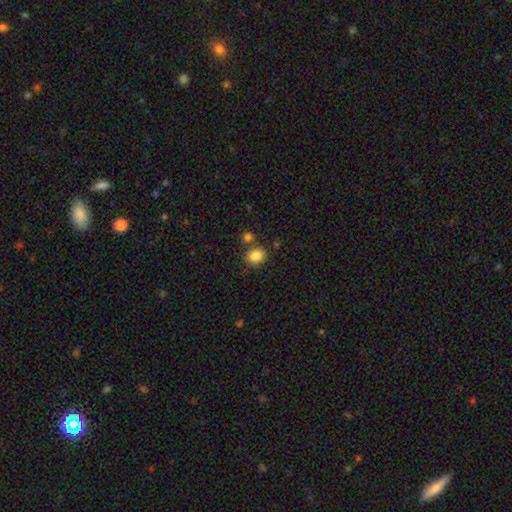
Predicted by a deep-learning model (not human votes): Q: Smooth or featured?
A: smooth (85%); runner-up: star or artifact (10%)
Q: How rounded?
A: round (72%); runner-up: in between (27%)
Q: Merging?
A: none (73%); runner-up: merger (13%)